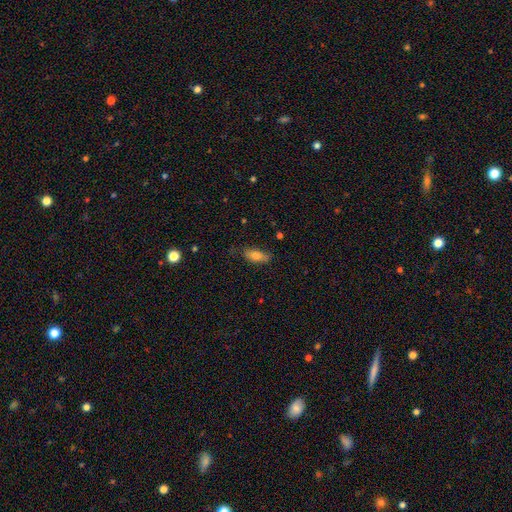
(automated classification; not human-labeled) Smooth or featured: smooth — 76% (featured or disk — 16%)
How rounded: in between — 70% (cigar-shaped — 27%)
Merging: none — 73% (minor disturbance — 21%)